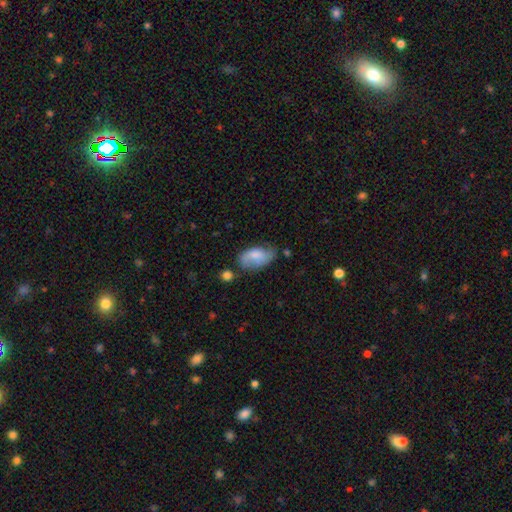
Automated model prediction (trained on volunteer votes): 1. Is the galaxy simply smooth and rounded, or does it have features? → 69% smooth, 24% featured or disk, 7% star or artifact.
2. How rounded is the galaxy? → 93% in between, 4% round, 3% cigar-shaped.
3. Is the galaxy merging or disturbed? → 50% none, 32% minor disturbance, 12% major disturbance, 7% merger.